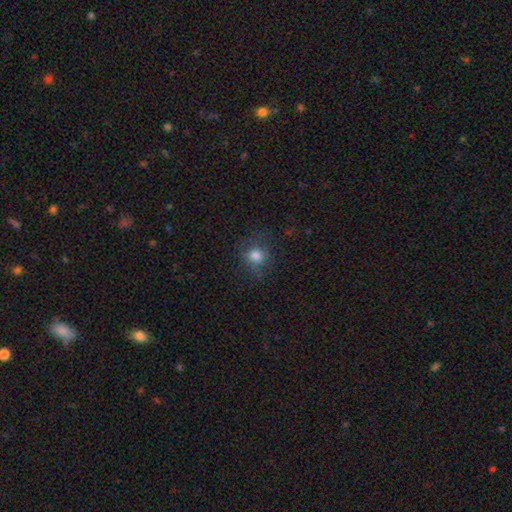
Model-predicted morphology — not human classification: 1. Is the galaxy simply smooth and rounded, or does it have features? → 79% smooth, 14% star or artifact, 7% featured or disk.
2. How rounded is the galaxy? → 86% round, 13% in between, 1% cigar-shaped.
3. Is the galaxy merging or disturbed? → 80% none, 13% minor disturbance, 6% major disturbance, 1% merger.